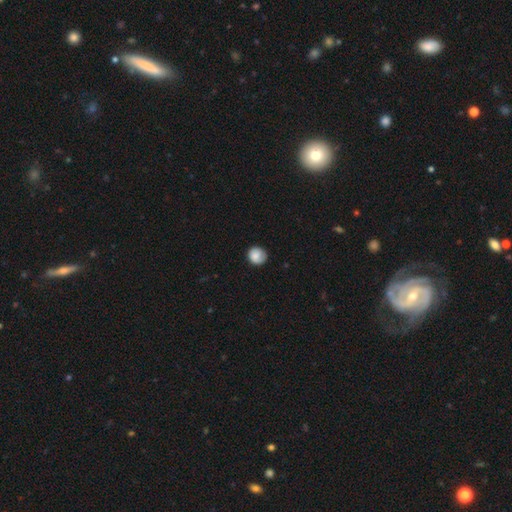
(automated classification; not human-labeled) A smooth galaxy with no disk features (81%) that is round (86%). Merging: none (79%).